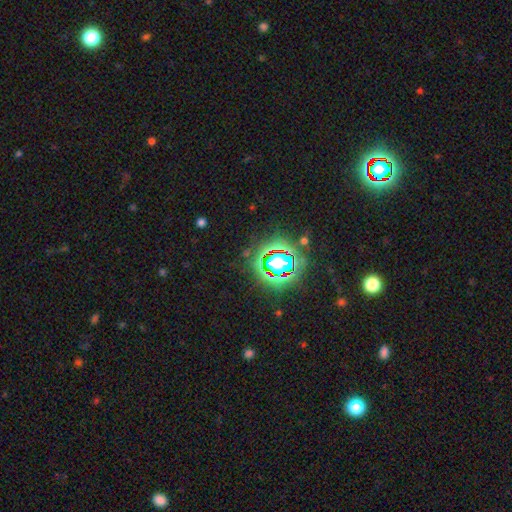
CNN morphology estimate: Smooth or featured: star or artifact — 77% (smooth — 14%)